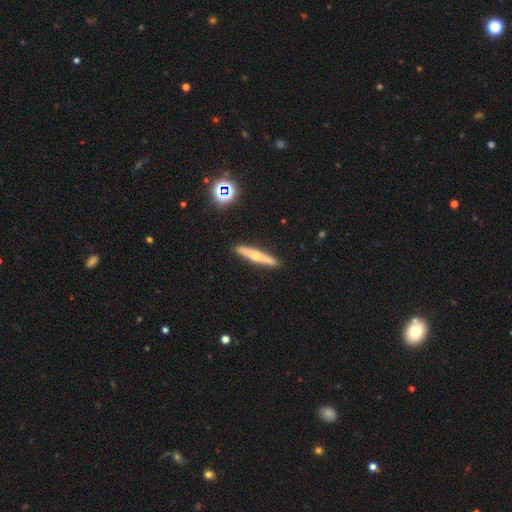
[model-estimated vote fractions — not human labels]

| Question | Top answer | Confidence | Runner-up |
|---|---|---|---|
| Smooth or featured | featured or disk | 55% | smooth (38%) |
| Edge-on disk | yes | 95% | no (5%) |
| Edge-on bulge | rounded | 85% | none (11%) |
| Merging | none | 91% | minor disturbance (6%) |